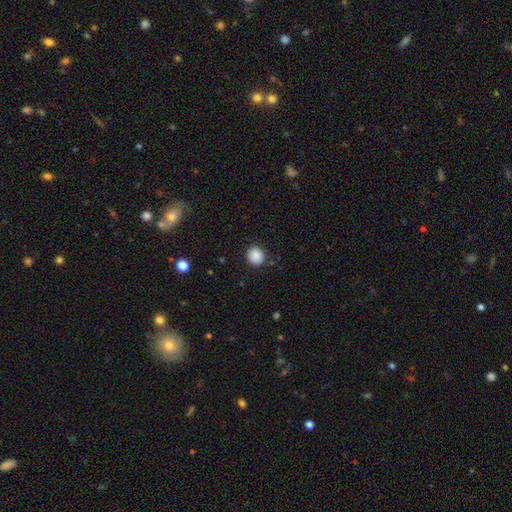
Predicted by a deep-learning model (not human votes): smooth 88%, star or artifact 9%, featured or disk 3%. Down the decision tree: how rounded — round (85%); merging — none (88%).